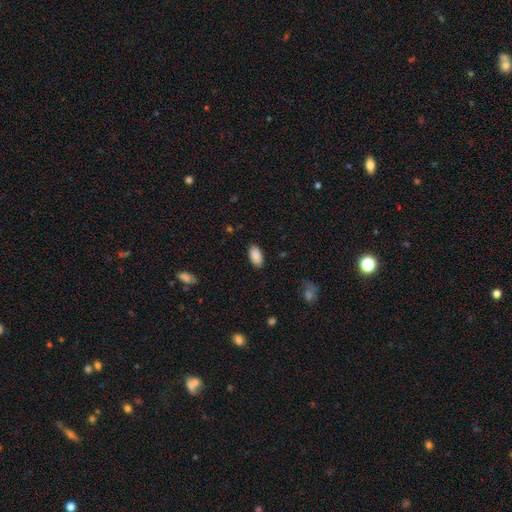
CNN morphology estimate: smooth 90%, star or artifact 7%, featured or disk 3%. Down the decision tree: how rounded — in between (94%); merging — none (87%).